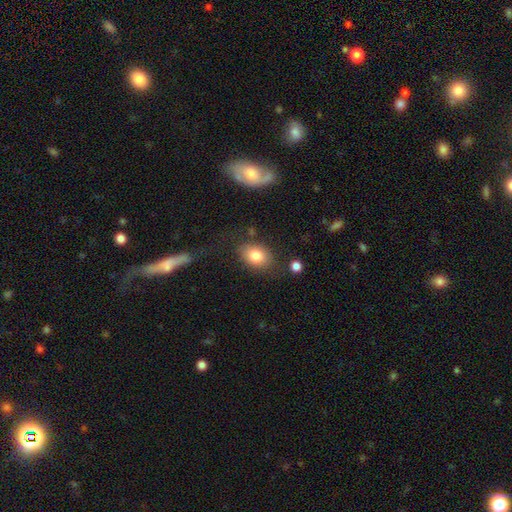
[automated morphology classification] This appears to be a smooth galaxy with no disk features (82%) that is in between round and cigar-shaped (71%). Merging: none (74%).